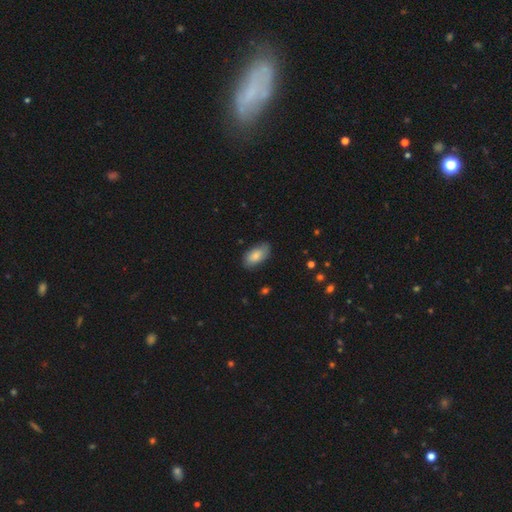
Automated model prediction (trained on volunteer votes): Smooth or featured? Predicted: smooth (p=0.82). How rounded? Predicted: in between (p=0.93). Merging? Predicted: none (p=0.77).